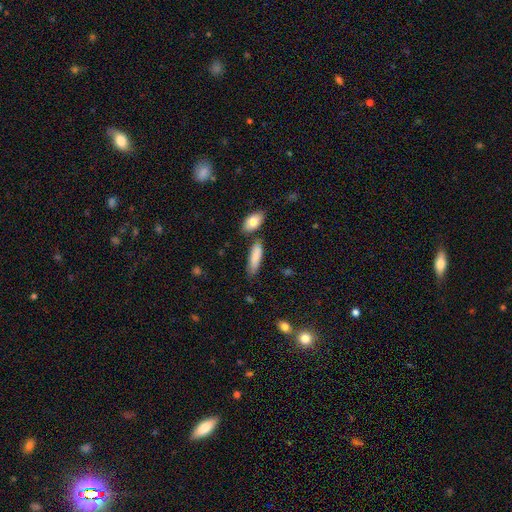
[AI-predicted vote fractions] This appears to be a smooth galaxy with no disk features (84%) that is cigar-shaped (50%). Merging: none (71%).